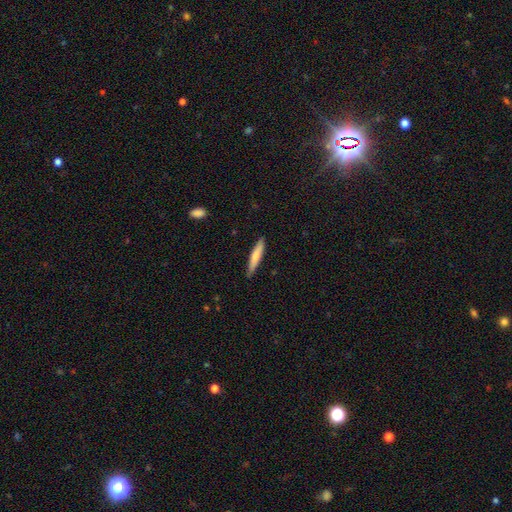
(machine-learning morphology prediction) smooth-or-featured: smooth: 71% | featured or disk: 24% | star or artifact: 5%
  how-rounded: cigar-shaped: 91% | in between: 8% | round: 1%
  merging: none: 85% | minor disturbance: 12% | major disturbance: 2% | merger: 1%